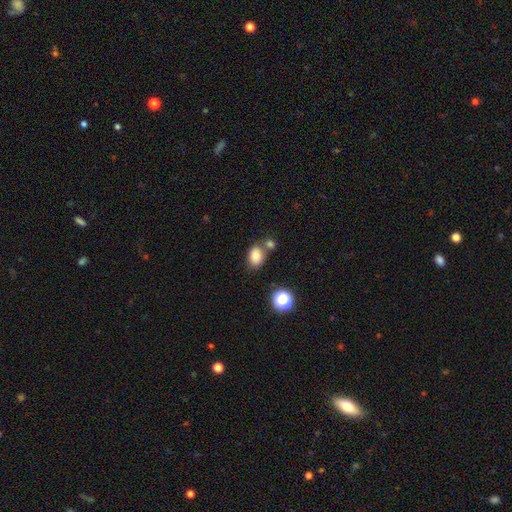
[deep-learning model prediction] The model was most divided on "merging": none: 61%, merger: 22%, minor disturbance: 13%, major disturbance: 4%. More confident: smooth or featured — smooth (81%); how rounded — in between (75%).